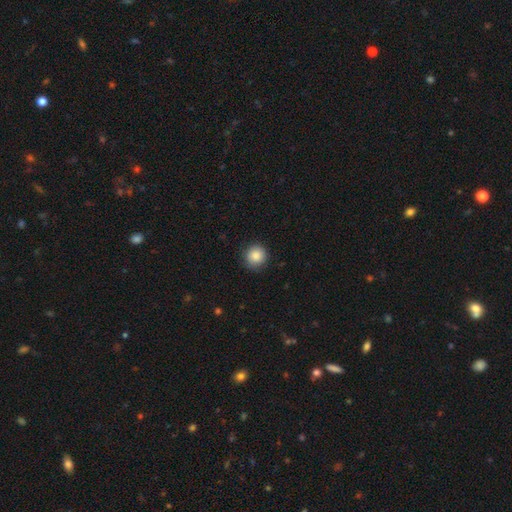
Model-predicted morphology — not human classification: type=smooth (87%); roundness=round (93%); merging=none (88%).